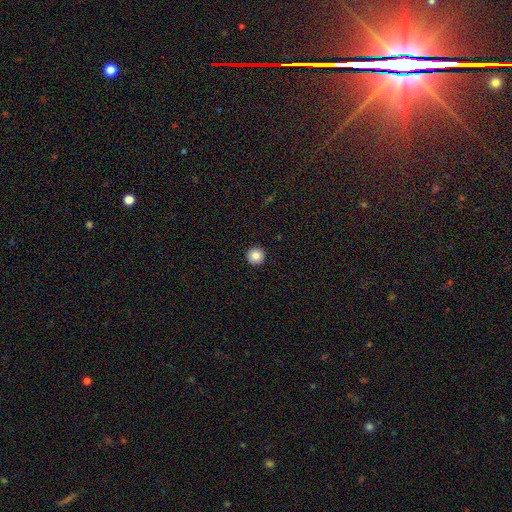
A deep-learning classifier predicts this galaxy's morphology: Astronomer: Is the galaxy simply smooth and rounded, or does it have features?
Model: smooth — 84%.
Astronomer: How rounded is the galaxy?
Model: round — 97%.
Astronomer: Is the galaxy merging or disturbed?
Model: none — 94%.